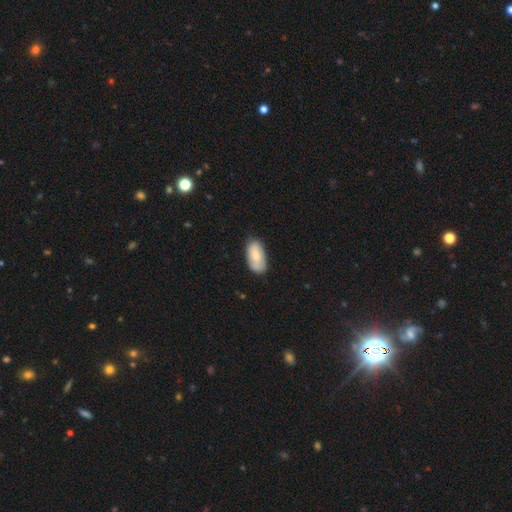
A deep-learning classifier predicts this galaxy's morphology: Smooth or featured: smooth — 75% (featured or disk — 19%)
How rounded: in between — 94% (cigar-shaped — 3%)
Merging: none — 71% (minor disturbance — 23%)